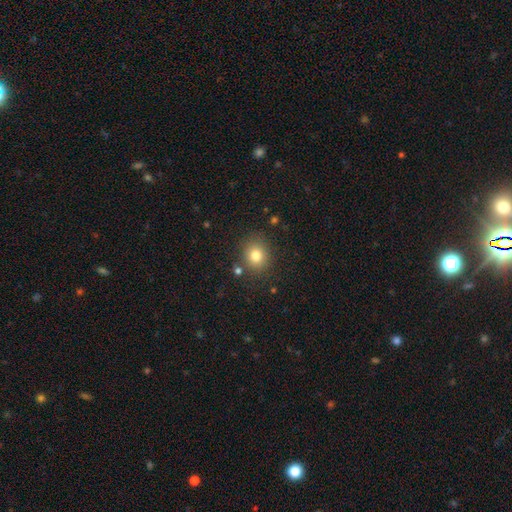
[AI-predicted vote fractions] Smooth or featured? smooth (80%)
How rounded? round (76%)
Merging? none (83%)